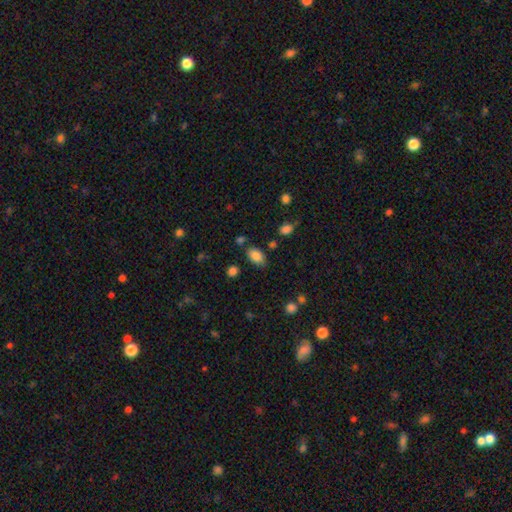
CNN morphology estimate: Overall: smooth (85%). How rounded: in between (90%). Merging: none (75%).